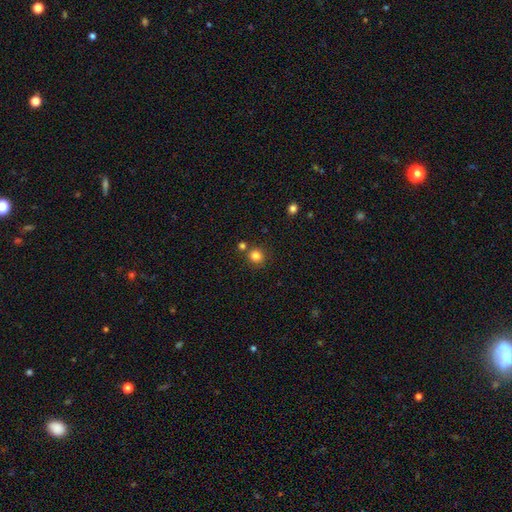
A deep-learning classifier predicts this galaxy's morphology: Q: Smooth or featured?
A: smooth (83%); runner-up: star or artifact (12%)
Q: How rounded?
A: round (90%); runner-up: in between (9%)
Q: Merging?
A: none (77%); runner-up: merger (12%)